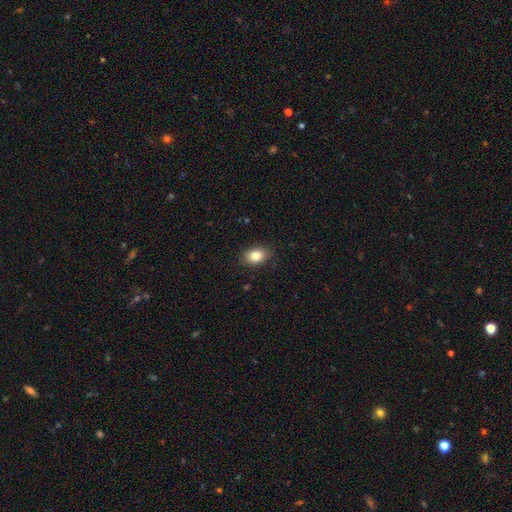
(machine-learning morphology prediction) Smooth or featured? smooth (84%)
How rounded? in between (76%)
Merging? none (87%)